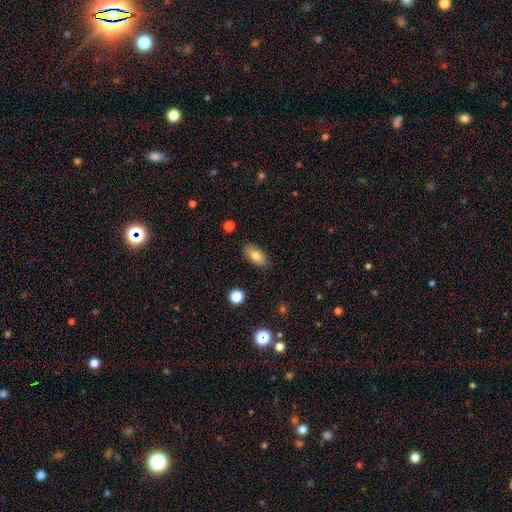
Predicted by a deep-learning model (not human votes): Smooth or featured?
  - smooth: 77% *
  - featured or disk: 15%
  - star or artifact: 8%
How rounded?
  - in between: 89% *
  - cigar-shaped: 7%
  - round: 5%
Merging?
  - none: 84% *
  - minor disturbance: 12%
  - major disturbance: 2%
  - merger: 1%